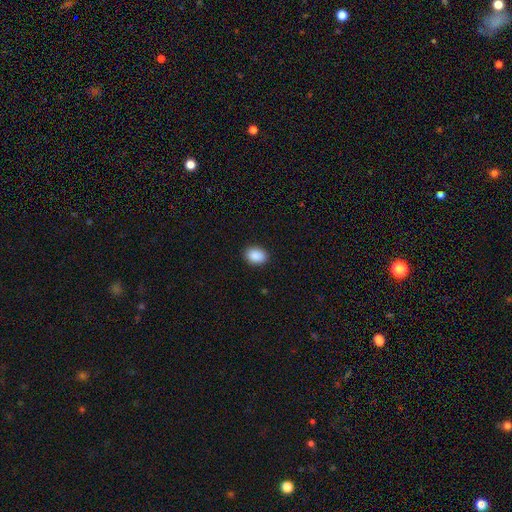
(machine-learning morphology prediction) Smooth or featured: smooth — 90% (star or artifact — 7%)
How rounded: in between — 74% (round — 25%)
Merging: none — 90% (minor disturbance — 7%)